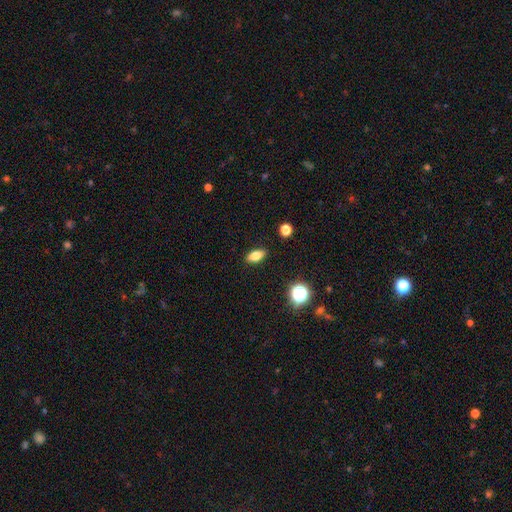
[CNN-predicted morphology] Smooth or featured?
  - smooth: 77% *
  - featured or disk: 12%
  - star or artifact: 11%
How rounded?
  - in between: 81% *
  - cigar-shaped: 12%
  - round: 7%
Merging?
  - none: 88% *
  - minor disturbance: 8%
  - major disturbance: 2%
  - merger: 1%